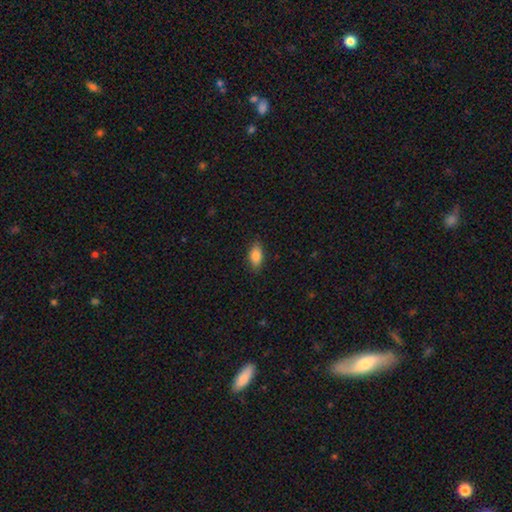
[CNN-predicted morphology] This appears to be a smooth galaxy with no disk features (84%) that is in between round and cigar-shaped (89%). Merging: none (86%).